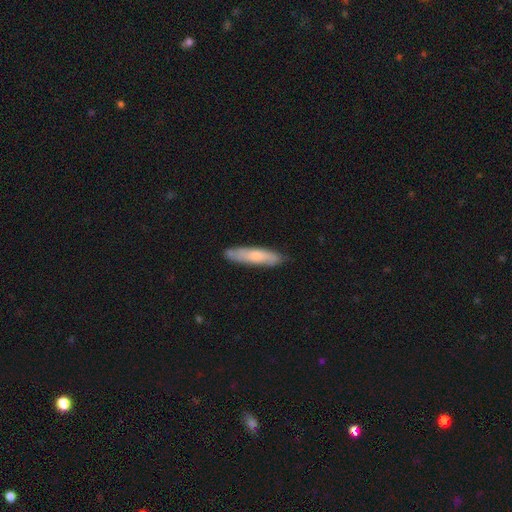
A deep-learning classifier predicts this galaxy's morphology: smooth-or-featured: smooth: 65% | featured or disk: 30% | star or artifact: 6%
  how-rounded: cigar-shaped: 80% | in between: 19% | round: 1%
  merging: none: 80% | minor disturbance: 15% | major disturbance: 2% | merger: 2%